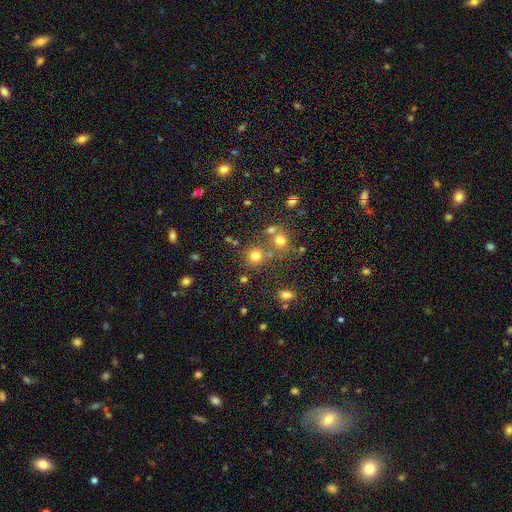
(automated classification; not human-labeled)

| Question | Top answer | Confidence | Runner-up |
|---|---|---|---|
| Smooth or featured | smooth | 73% | star or artifact (18%) |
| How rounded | round | 88% | in between (11%) |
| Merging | none | 66% | merger (20%) |